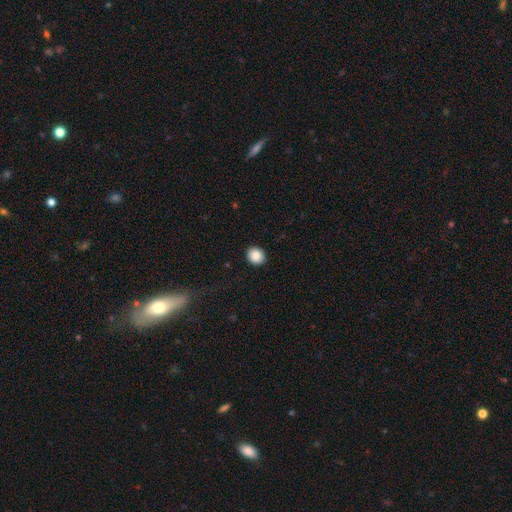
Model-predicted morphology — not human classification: type=smooth (88%); roundness=round (76%); merging=none (91%).